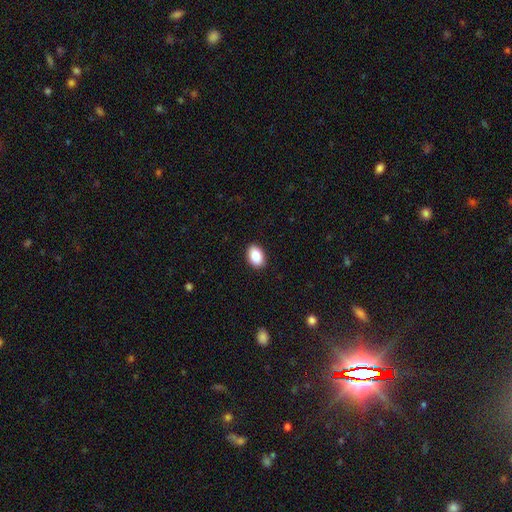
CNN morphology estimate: The model was most divided on "how rounded": in between: 89%, round: 10%, cigar-shaped: 1%. More confident: merging — none (90%); smooth or featured — smooth (87%).